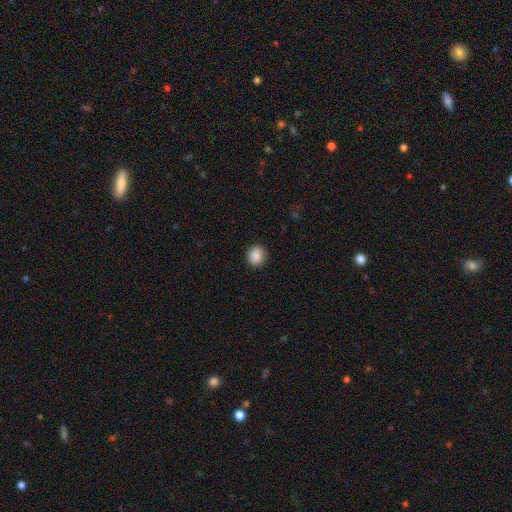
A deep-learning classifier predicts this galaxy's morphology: The model was most divided on "how rounded": round: 76%, in between: 23%, cigar-shaped: 1%. More confident: smooth or featured — smooth (88%); merging — none (87%).